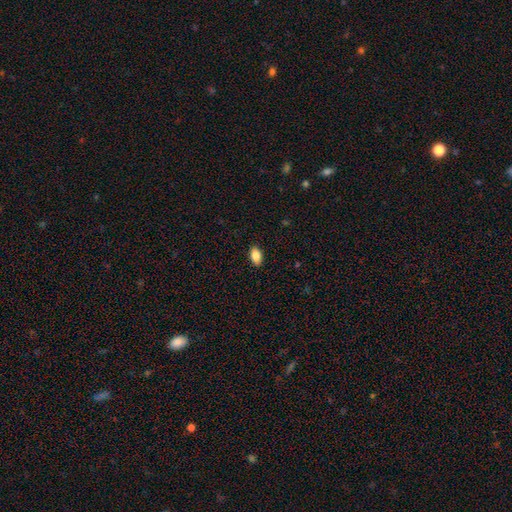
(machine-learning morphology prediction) A smooth galaxy with no disk features (86%) that is in between round and cigar-shaped (92%).

Vote fractions:
- Smooth or featured? smooth: 86% / star or artifact: 8% / featured or disk: 6%
- How rounded? in between: 92% / round: 5% / cigar-shaped: 3%
- Merging? none: 89% / minor disturbance: 8% / major disturbance: 2% / merger: 1%